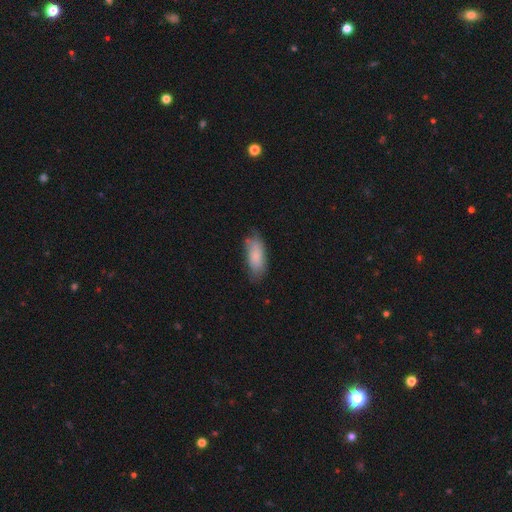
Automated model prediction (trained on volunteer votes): Smooth or featured: smooth — 79% (featured or disk — 14%)
How rounded: in between — 82% (cigar-shaped — 16%)
Merging: none — 58% (minor disturbance — 30%)